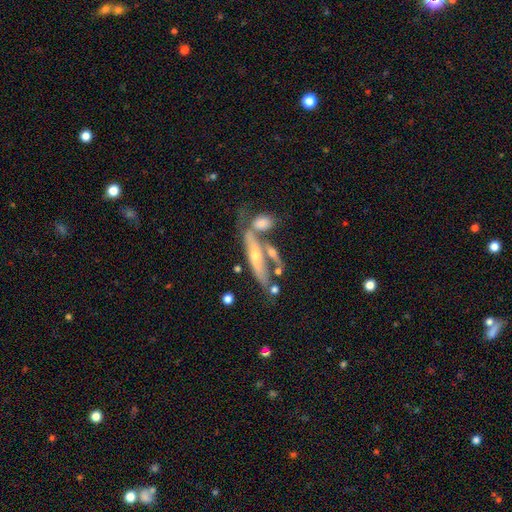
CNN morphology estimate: Smooth or featured? Predicted: featured or disk (p=0.65). Edge-on disk? Predicted: yes (p=0.69). Merging? Predicted: none (p=0.41).